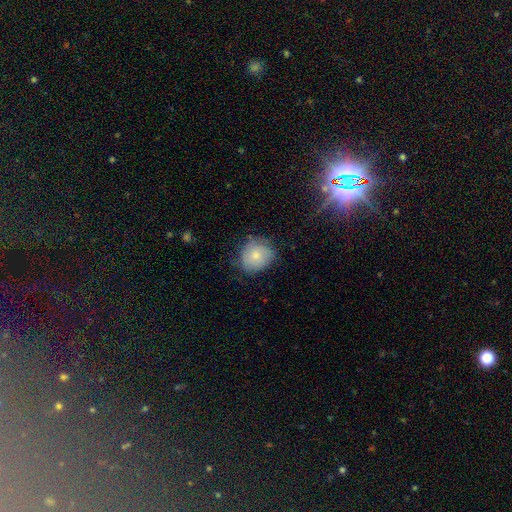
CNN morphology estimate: Overall: smooth (73%). How rounded: round (75%). Merging: none (63%; minor disturbance 29%).